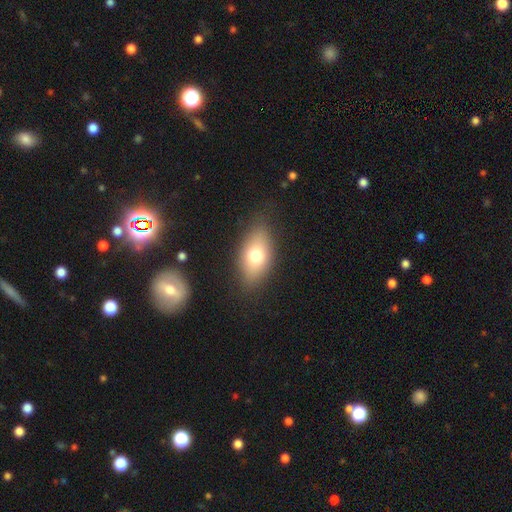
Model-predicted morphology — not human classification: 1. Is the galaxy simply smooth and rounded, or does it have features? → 73% smooth, 18% featured or disk, 9% star or artifact.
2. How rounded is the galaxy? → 86% in between, 10% round, 4% cigar-shaped.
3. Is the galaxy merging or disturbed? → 81% none, 13% minor disturbance, 5% major disturbance, 1% merger.